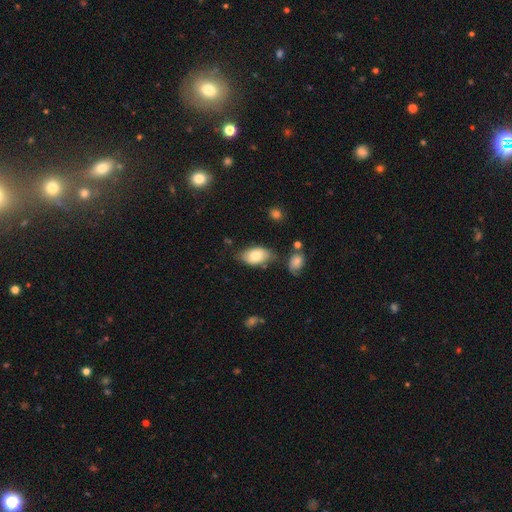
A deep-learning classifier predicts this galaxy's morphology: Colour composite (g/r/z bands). It shows a smooth galaxy with no disk features (75%) that is in between round and cigar-shaped (93%). Merging: none (66%).